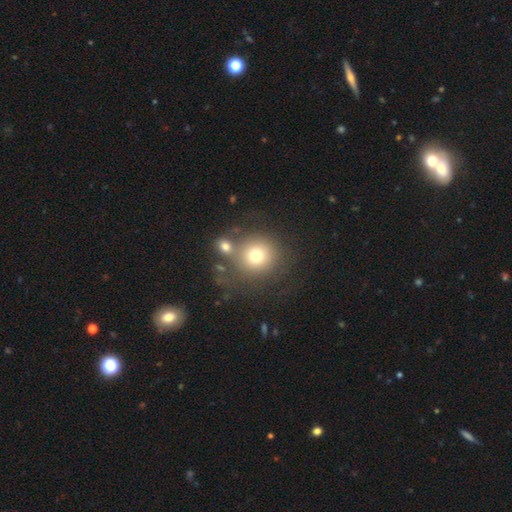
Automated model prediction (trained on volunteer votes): Smooth or featured?
  - smooth: 73% *
  - featured or disk: 15%
  - star or artifact: 12%
How rounded?
  - round: 90% *
  - in between: 9%
  - cigar-shaped: 1%
Merging?
  - none: 60% *
  - merger: 19%
  - minor disturbance: 13%
  - major disturbance: 8%